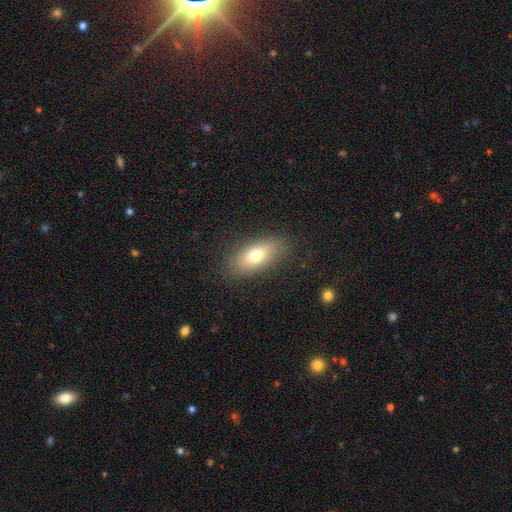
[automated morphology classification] smooth 72%, featured or disk 20%, star or artifact 9%. Down the decision tree: how rounded — in between (82%); merging — none (84%).